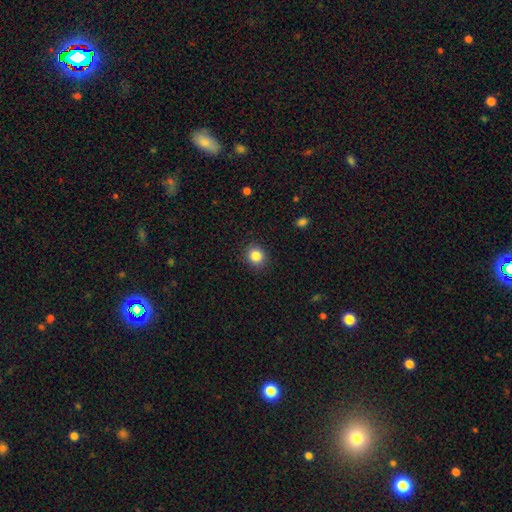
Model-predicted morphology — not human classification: Smooth or featured? smooth (85%)
How rounded? round (80%)
Merging? none (89%)